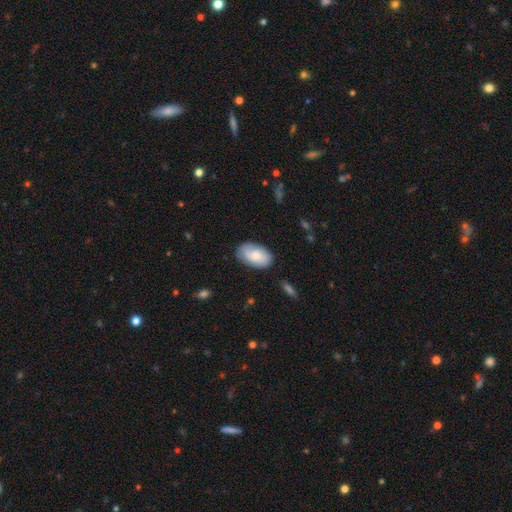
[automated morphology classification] Smooth or featured: smooth — 71% (featured or disk — 23%)
How rounded: in between — 93% (round — 5%)
Merging: none — 77% (minor disturbance — 18%)